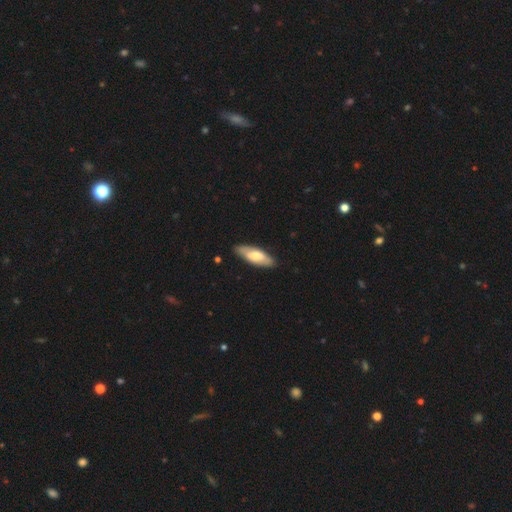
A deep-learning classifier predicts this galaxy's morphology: Smooth or featured?
  - smooth: 62% *
  - featured or disk: 33%
  - star or artifact: 5%
How rounded?
  - in between: 65% *
  - cigar-shaped: 33%
  - round: 2%
Merging?
  - none: 85% *
  - minor disturbance: 12%
  - major disturbance: 2%
  - merger: 1%